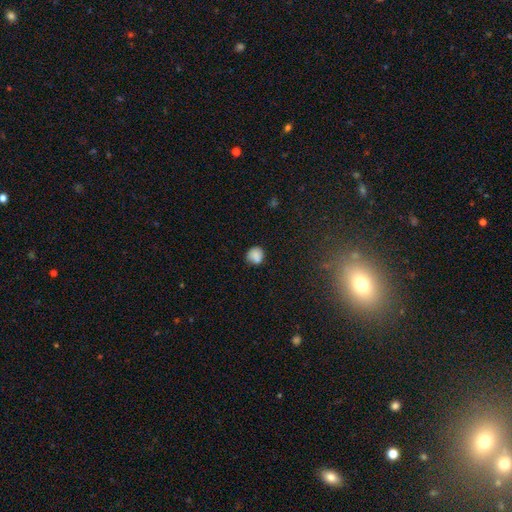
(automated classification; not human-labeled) smooth_or_featured: smooth (p=0.82) [alt: star or artifact p=0.10]
how_rounded: round (p=0.81) [alt: in between p=0.18]
merging: none (p=0.68) [alt: minor disturbance p=0.21]